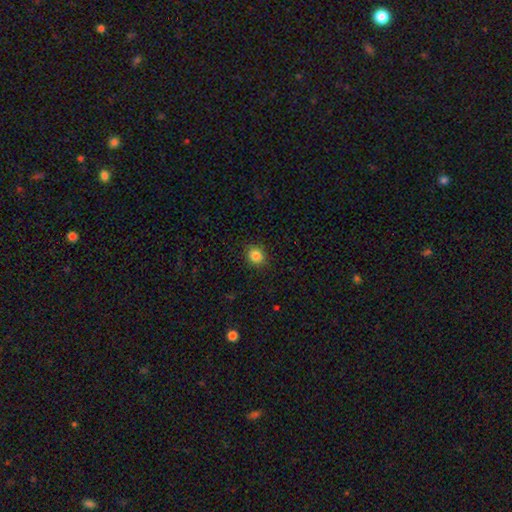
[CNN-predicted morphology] This is clearly a smooth galaxy (85%). How rounded: likely round (77%). Merging: clearly none (89%).